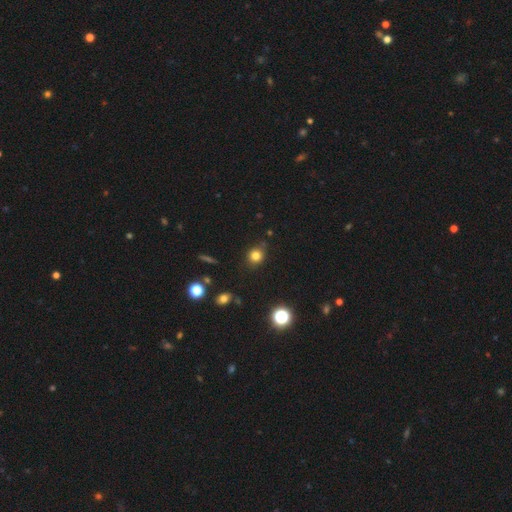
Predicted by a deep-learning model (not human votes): Morphology: type=smooth (79%); roundness=round (84%); merging=none (81%).